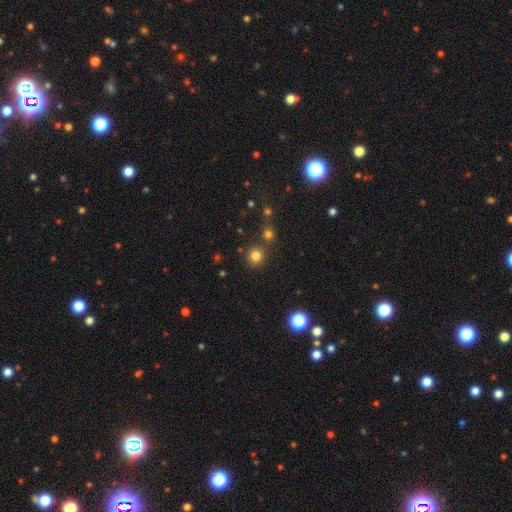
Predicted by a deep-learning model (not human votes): Q: Smooth or featured?
A: smooth (79%); runner-up: star or artifact (15%)
Q: How rounded?
A: round (92%); runner-up: in between (8%)
Q: Merging?
A: none (78%); runner-up: merger (11%)